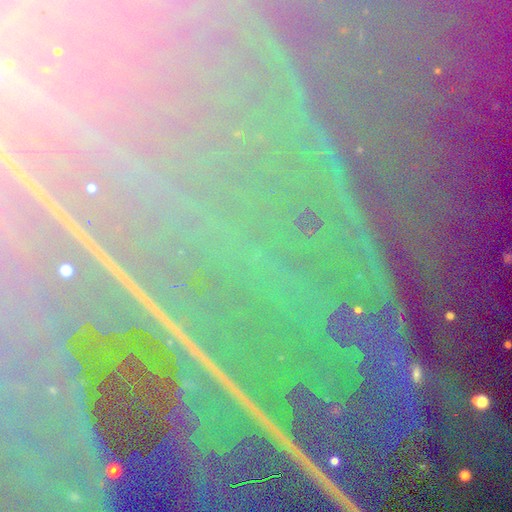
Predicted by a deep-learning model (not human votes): Smooth or featured?
  - star or artifact: 90% *
  - featured or disk: 6%
  - smooth: 4%